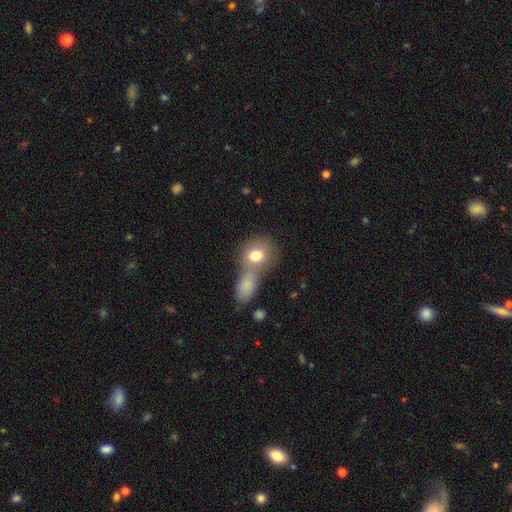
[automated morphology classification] Smooth or featured: smooth — 77% (featured or disk — 14%)
How rounded: round — 57% (in between — 41%)
Merging: merger — 49% (none — 36%)